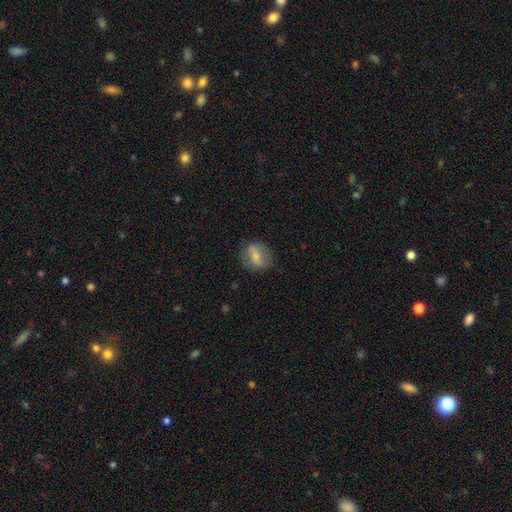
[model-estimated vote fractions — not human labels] Smooth or featured? Predicted: smooth (p=0.51). How rounded? Predicted: in between (p=0.52). Merging? Predicted: none (p=0.75).